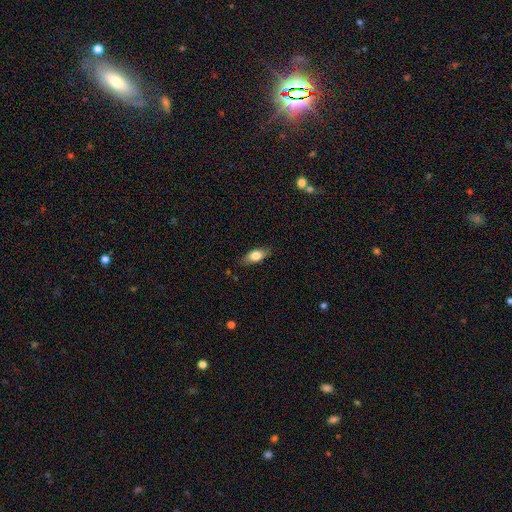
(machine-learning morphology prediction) Smooth or featured? Predicted: smooth (p=0.77). How rounded? Predicted: in between (p=0.83). Merging? Predicted: none (p=0.81).